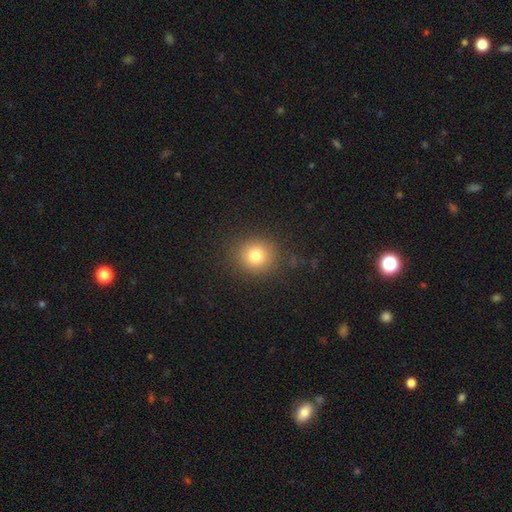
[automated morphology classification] smooth 79%, star or artifact 13%, featured or disk 8%. Down the decision tree: how rounded — round (87%); merging — none (88%).